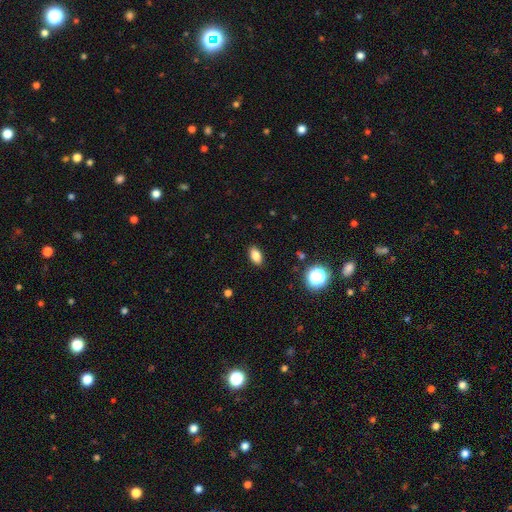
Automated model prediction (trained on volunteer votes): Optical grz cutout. It shows a smooth galaxy with no disk features (82%) that is in between round and cigar-shaped (89%). Merging: none (89%).